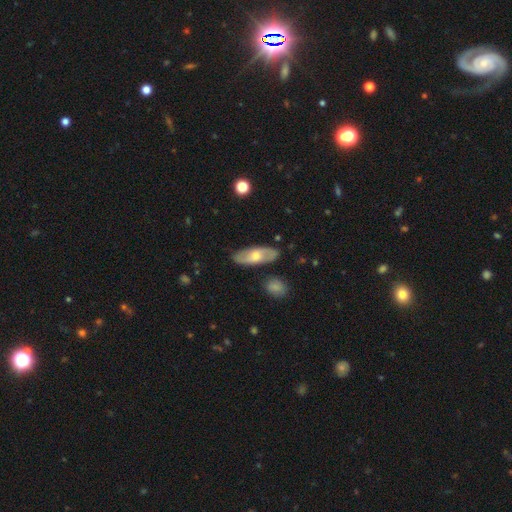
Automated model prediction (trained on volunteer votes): Smooth or featured? smooth (47%, tied with featured or disk)
Merging? none (85%)